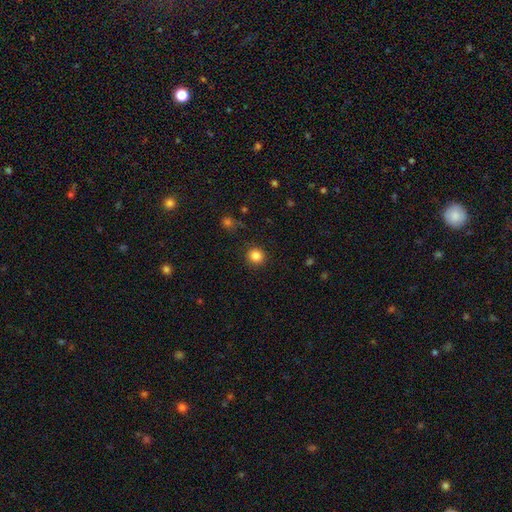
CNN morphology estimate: smooth_or_featured: smooth (p=0.85) [alt: star or artifact p=0.11]
how_rounded: round (p=0.91) [alt: in between p=0.08]
merging: none (p=0.89) [alt: minor disturbance p=0.07]